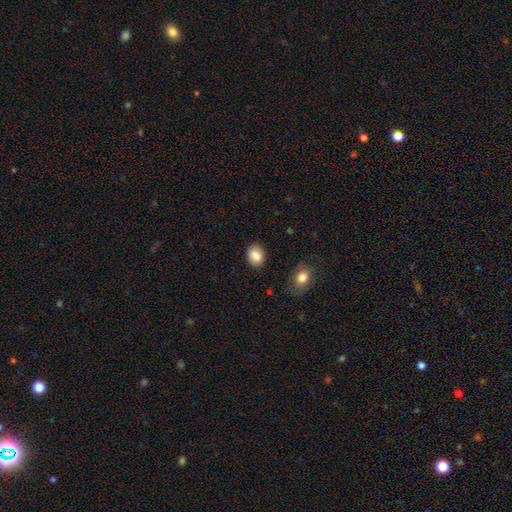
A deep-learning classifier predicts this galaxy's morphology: A smooth galaxy with no disk features (85%) that is in between round and cigar-shaped (66%). Merging: none (85%).